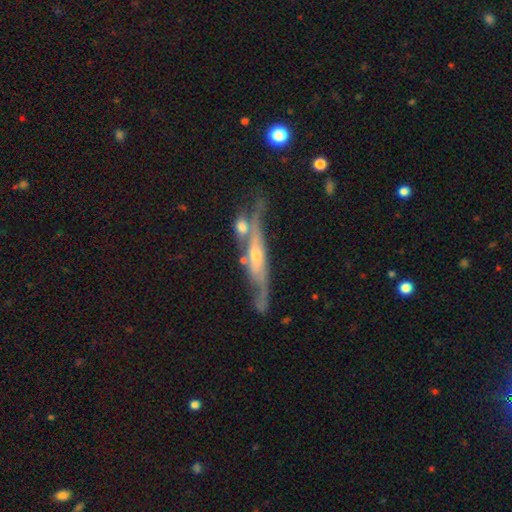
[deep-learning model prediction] featured or disk 77%, smooth 15%, star or artifact 8%. Down the decision tree: edge-on disk — yes (74%); edge-on bulge — rounded (61%); merging — none (55%).